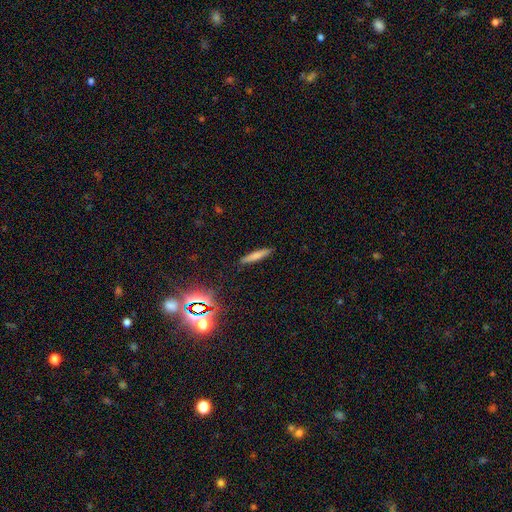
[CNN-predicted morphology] Q: Smooth or featured?
A: smooth (70%); runner-up: featured or disk (19%)
Q: How rounded?
A: cigar-shaped (89%); runner-up: in between (9%)
Q: Merging?
A: none (89%); runner-up: minor disturbance (7%)